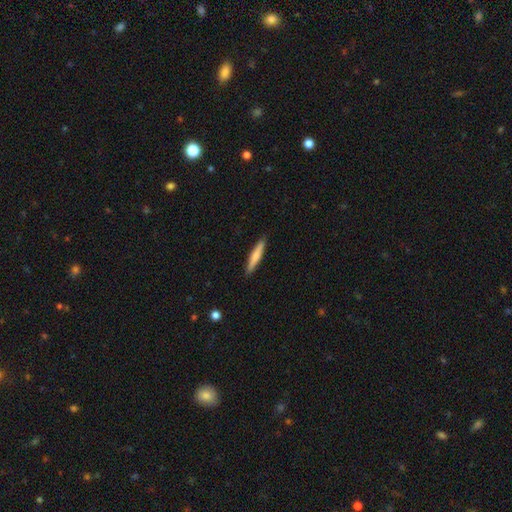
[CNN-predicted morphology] Smooth or featured: smooth — 70% (featured or disk — 24%)
How rounded: cigar-shaped — 92% (in between — 6%)
Merging: none — 90% (minor disturbance — 7%)